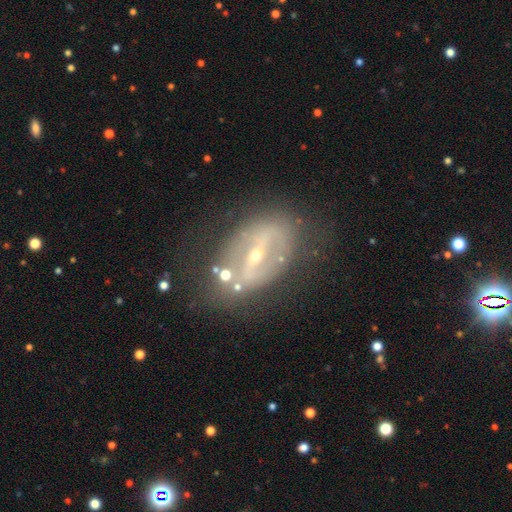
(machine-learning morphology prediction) This appears to be a featured or disk galaxy (79%) with a strong bar (64%), no spiral arms (57%) and a small central bulge (68%). Merging: none (64%).